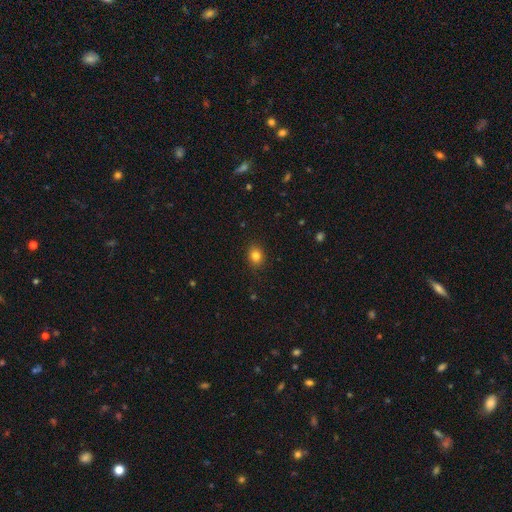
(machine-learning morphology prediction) Smooth or featured?
  - smooth: 82% *
  - star or artifact: 12%
  - featured or disk: 6%
How rounded?
  - round: 57% *
  - in between: 42%
  - cigar-shaped: 1%
Merging?
  - none: 88% *
  - minor disturbance: 9%
  - major disturbance: 2%
  - merger: 1%